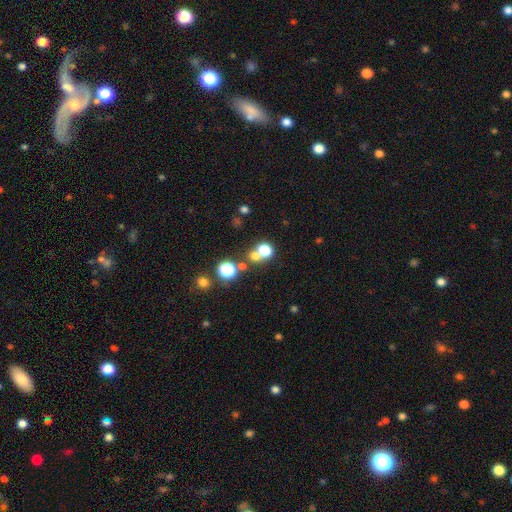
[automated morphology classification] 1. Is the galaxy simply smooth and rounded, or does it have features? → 64% smooth, 26% star or artifact, 10% featured or disk.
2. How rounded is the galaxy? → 82% round, 17% in between, 1% cigar-shaped.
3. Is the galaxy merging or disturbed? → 54% none, 34% merger, 7% minor disturbance, 4% major disturbance.